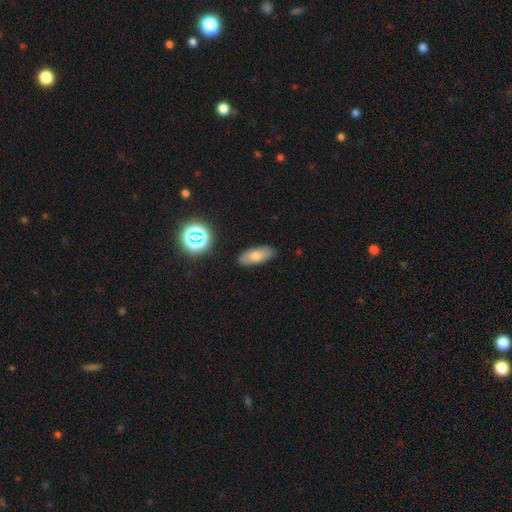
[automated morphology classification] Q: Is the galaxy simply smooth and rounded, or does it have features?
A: smooth — 72%.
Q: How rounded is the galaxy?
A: in between — 81%.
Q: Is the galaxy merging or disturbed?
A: none — 85%.